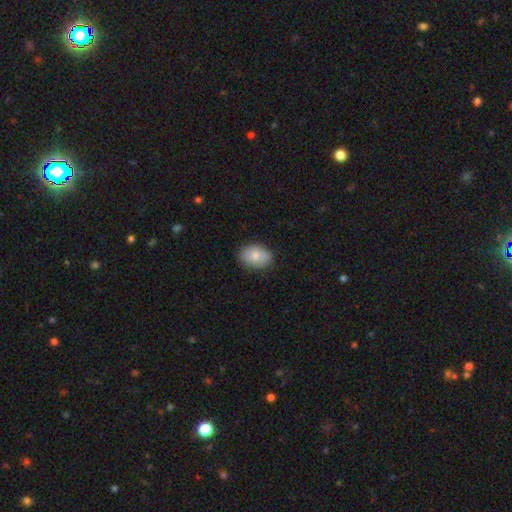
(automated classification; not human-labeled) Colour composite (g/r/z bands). It shows a smooth galaxy with no disk features (82%) that is in between round and cigar-shaped (76%). Merging: none (85%).